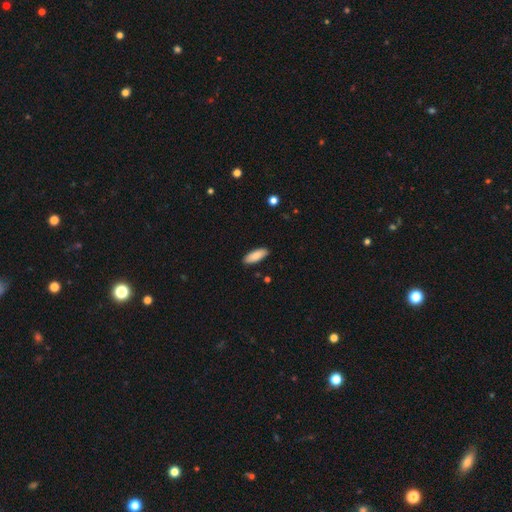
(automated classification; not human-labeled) A smooth galaxy with no disk features (86%) that is in between round and cigar-shaped (73%).

Vote fractions:
- Smooth or featured? smooth: 86% / featured or disk: 8% / star or artifact: 6%
- How rounded? in between: 73% / cigar-shaped: 25% / round: 2%
- Merging? none: 89% / minor disturbance: 9% / major disturbance: 2% / merger: 1%